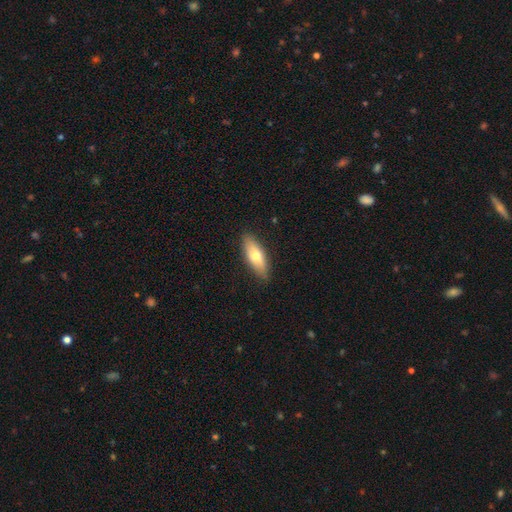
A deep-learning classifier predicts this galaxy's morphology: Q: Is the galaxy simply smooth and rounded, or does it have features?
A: smooth — 69%.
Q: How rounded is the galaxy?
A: in between — 63%.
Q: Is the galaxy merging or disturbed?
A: none — 88%.